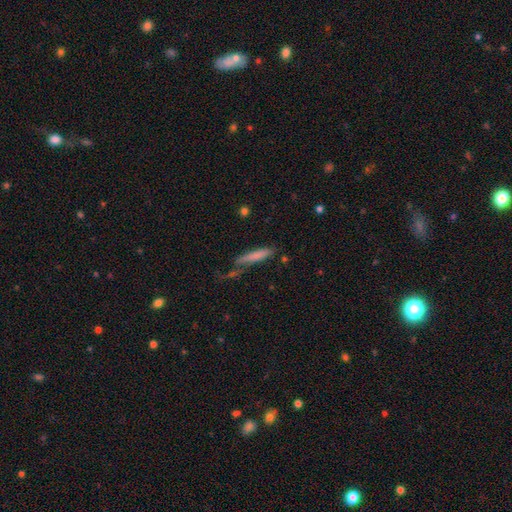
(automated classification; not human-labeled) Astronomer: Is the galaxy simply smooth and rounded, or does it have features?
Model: smooth — 72%.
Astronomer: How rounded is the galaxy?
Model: cigar-shaped — 90%.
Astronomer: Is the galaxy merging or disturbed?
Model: none — 56%.